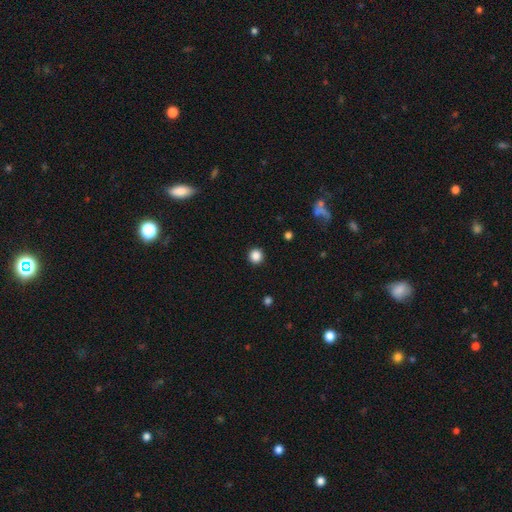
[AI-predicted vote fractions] Smooth or featured?
  - smooth: 87% *
  - star or artifact: 11%
  - featured or disk: 3%
How rounded?
  - round: 95% *
  - in between: 4%
  - cigar-shaped: 1%
Merging?
  - none: 93% *
  - minor disturbance: 5%
  - major disturbance: 2%
  - merger: 1%